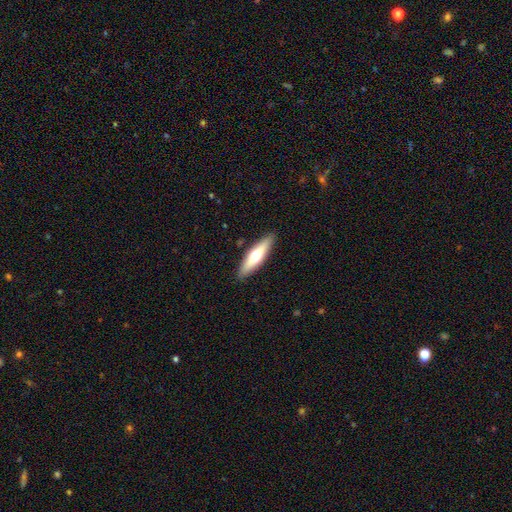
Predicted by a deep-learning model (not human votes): Smooth or featured: smooth — 53% (featured or disk — 42%)
How rounded: cigar-shaped — 69% (in between — 29%)
Merging: none — 89% (minor disturbance — 8%)